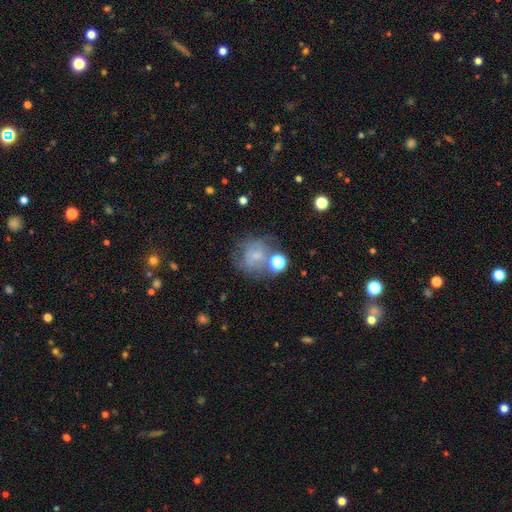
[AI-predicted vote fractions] Smooth or featured: smooth — 53% (featured or disk — 33%)
How rounded: round — 78% (in between — 21%)
Merging: none — 48% (minor disturbance — 20%)